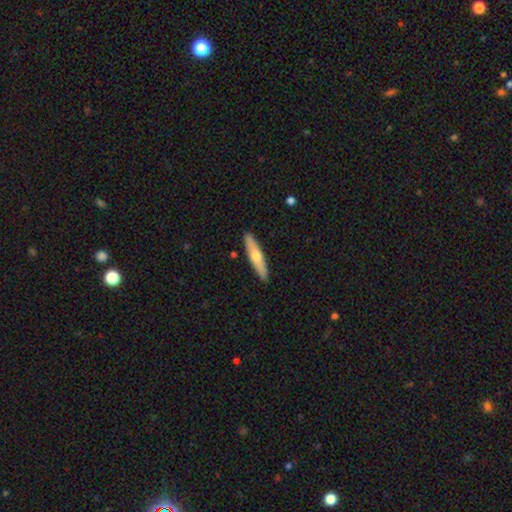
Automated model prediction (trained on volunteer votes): Smooth or featured: smooth — 52% (featured or disk — 42%)
How rounded: cigar-shaped — 86% (in between — 12%)
Merging: none — 90% (minor disturbance — 7%)